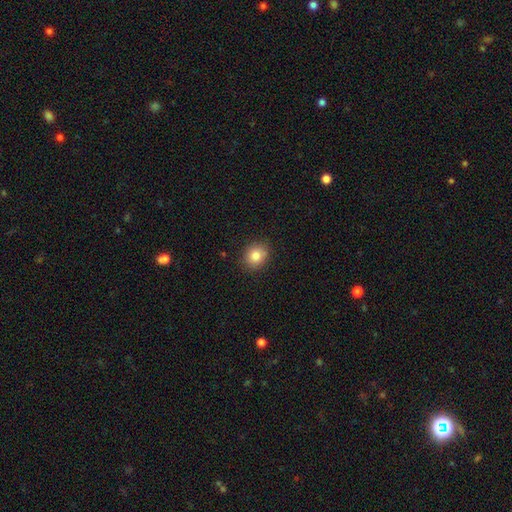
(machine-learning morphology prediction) smooth-or-featured: smooth: 82% | star or artifact: 10% | featured or disk: 7%
  how-rounded: round: 66% | in between: 33% | cigar-shaped: 1%
  merging: none: 84% | minor disturbance: 12% | major disturbance: 2% | merger: 2%